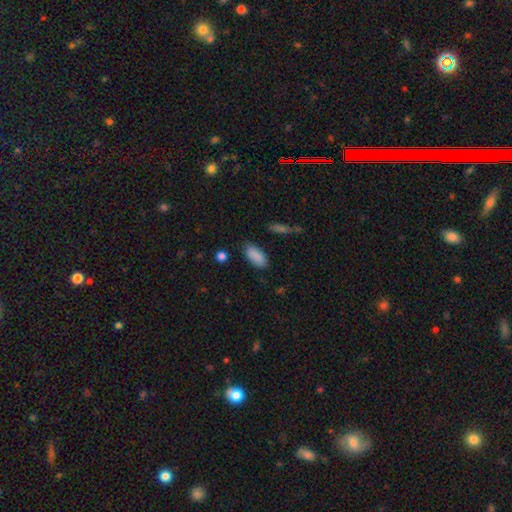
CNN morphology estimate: Overall: smooth (89%). How rounded: in between (91%). Merging: none (84%).